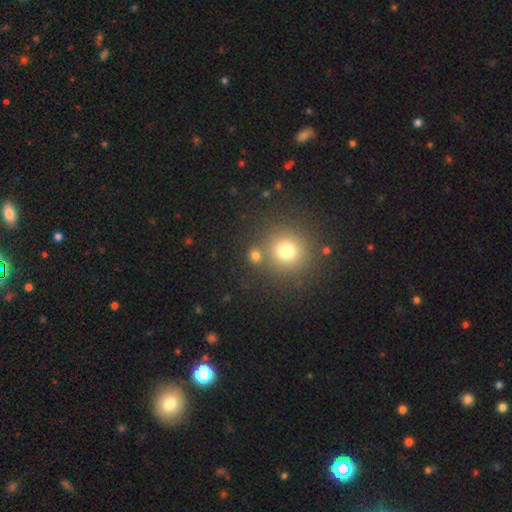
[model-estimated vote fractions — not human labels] The model was most divided on "smooth or featured": smooth: 73%, star or artifact: 20%, featured or disk: 8%. More confident: how rounded — round (85%); merging — none (72%).